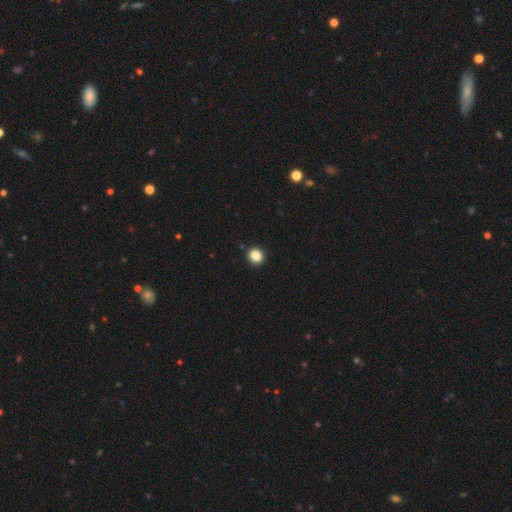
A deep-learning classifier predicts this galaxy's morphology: Q: Smooth or featured?
A: smooth (86%); runner-up: star or artifact (11%)
Q: How rounded?
A: round (82%); runner-up: in between (17%)
Q: Merging?
A: none (92%); runner-up: minor disturbance (6%)